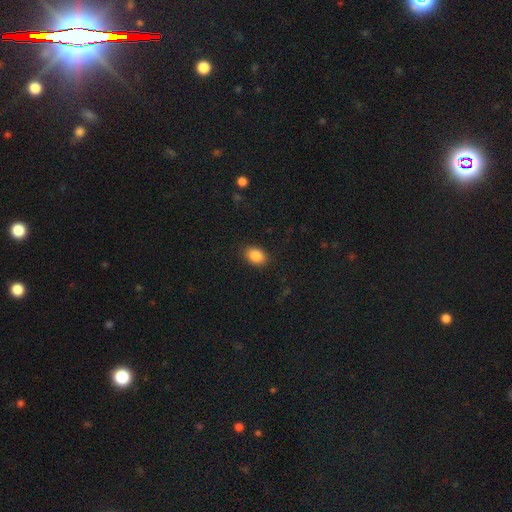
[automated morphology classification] Q: Smooth or featured?
A: smooth (87%); runner-up: star or artifact (8%)
Q: How rounded?
A: in between (77%); runner-up: round (22%)
Q: Merging?
A: none (88%); runner-up: minor disturbance (9%)